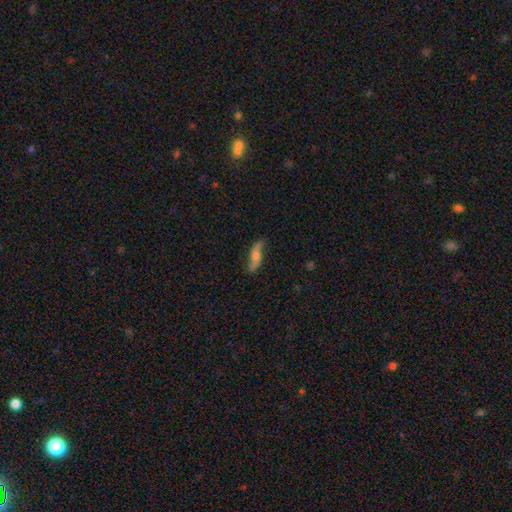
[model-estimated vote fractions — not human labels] Smooth or featured? featured or disk (73%)
Edge-on disk? no (69%)
Bar? no (60%)
Spiral arms? yes (92%)
Bulge size? moderate (48%)
Merging? none (78%)